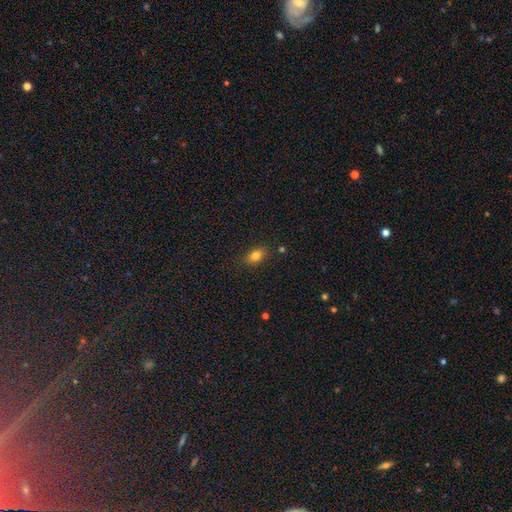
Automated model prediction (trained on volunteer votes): Smooth or featured: smooth — 79% (star or artifact — 12%)
How rounded: in between — 74% (round — 22%)
Merging: none — 83% (minor disturbance — 13%)